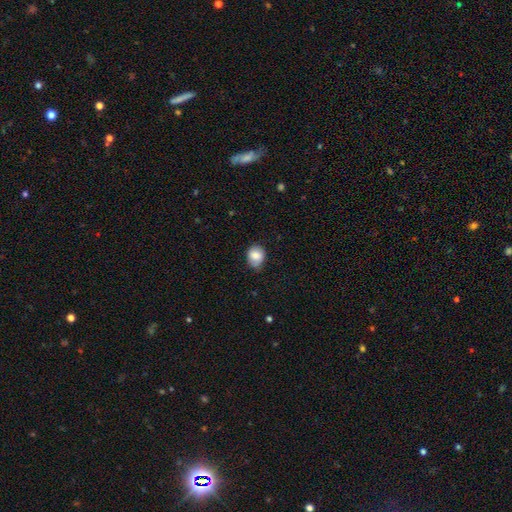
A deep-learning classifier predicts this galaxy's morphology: Smooth or featured? Predicted: smooth (p=0.82). How rounded? Predicted: round (p=0.55). Merging? Predicted: none (p=0.68).